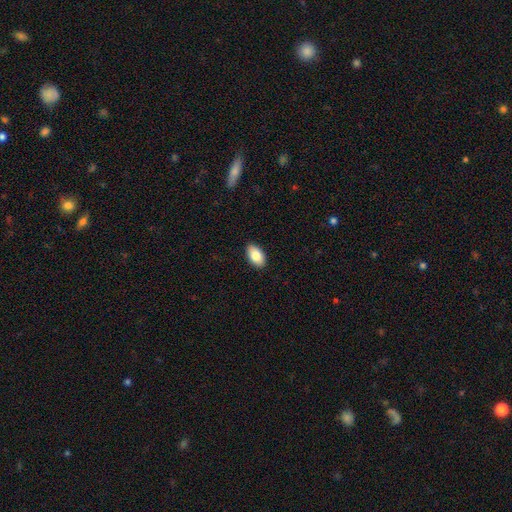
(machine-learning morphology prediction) smooth-or-featured: smooth: 83% | featured or disk: 11% | star or artifact: 7%
  how-rounded: in between: 94% | round: 4% | cigar-shaped: 2%
  merging: none: 90% | minor disturbance: 7% | major disturbance: 2% | merger: 1%